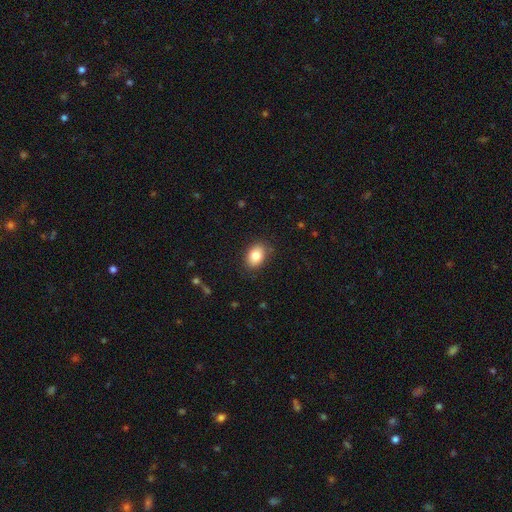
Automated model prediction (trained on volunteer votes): This appears to be a smooth galaxy with no disk features (82%) that is in between round and cigar-shaped (76%). Merging: none (84%).